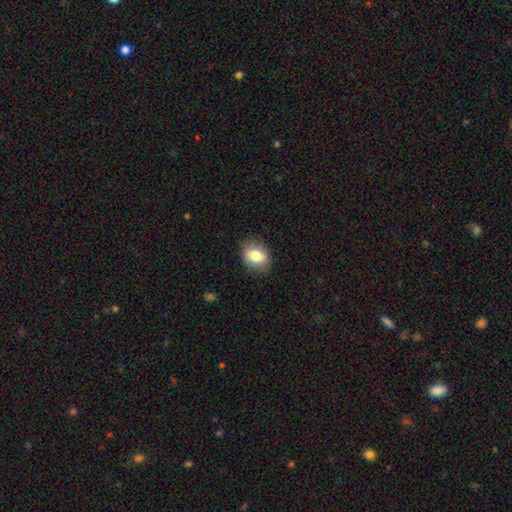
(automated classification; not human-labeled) Morphology: type=smooth (79%); roundness=in between (69%); merging=none (85%).